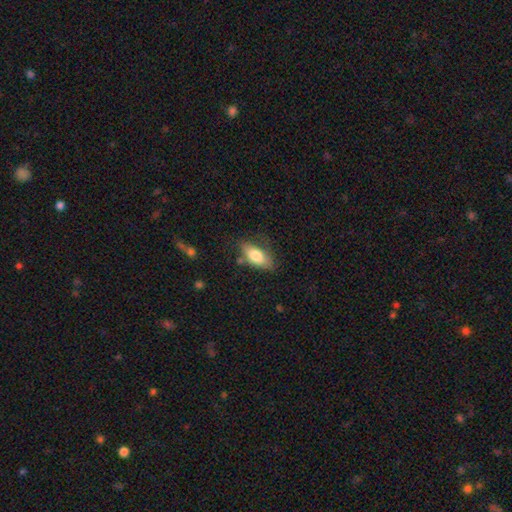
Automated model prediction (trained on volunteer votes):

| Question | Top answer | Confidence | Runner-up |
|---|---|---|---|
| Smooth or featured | smooth | 78% | featured or disk (15%) |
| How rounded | in between | 84% | cigar-shaped (12%) |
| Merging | none | 66% | minor disturbance (24%) |